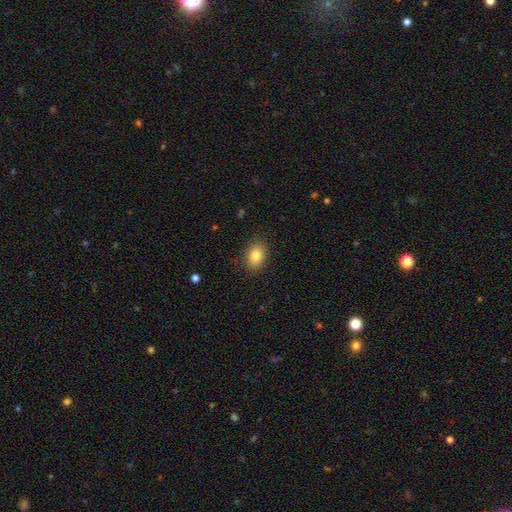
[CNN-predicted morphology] smooth 84%, star or artifact 9%, featured or disk 7%. Down the decision tree: how rounded — in between (76%); merging — none (86%).